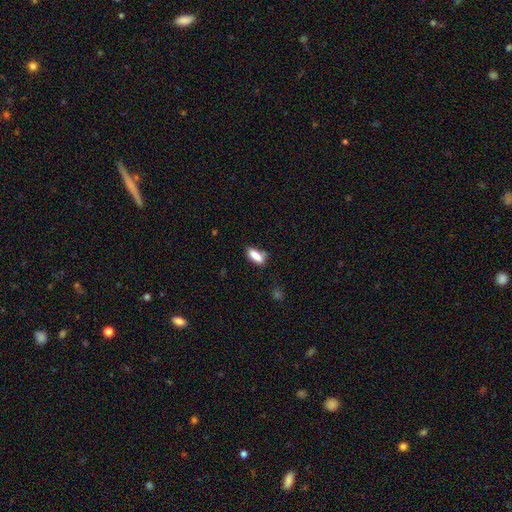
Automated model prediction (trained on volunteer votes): Overall: smooth (82%). How rounded: in between (67%; cigar-shaped 29%). Merging: none (65%).